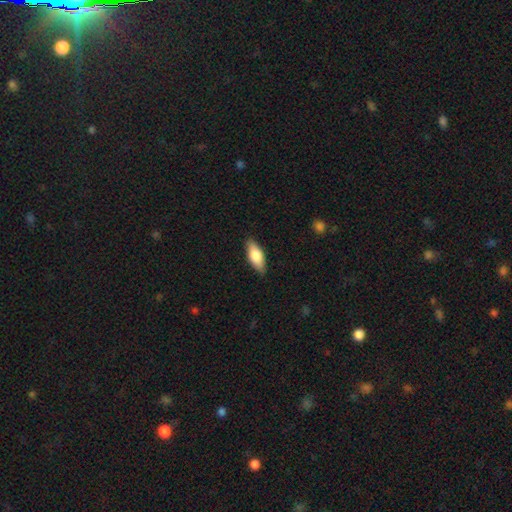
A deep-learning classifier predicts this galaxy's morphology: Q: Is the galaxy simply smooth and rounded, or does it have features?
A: smooth — 75%.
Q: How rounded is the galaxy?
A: in between — 79%.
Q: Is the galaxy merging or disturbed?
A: none — 86%.